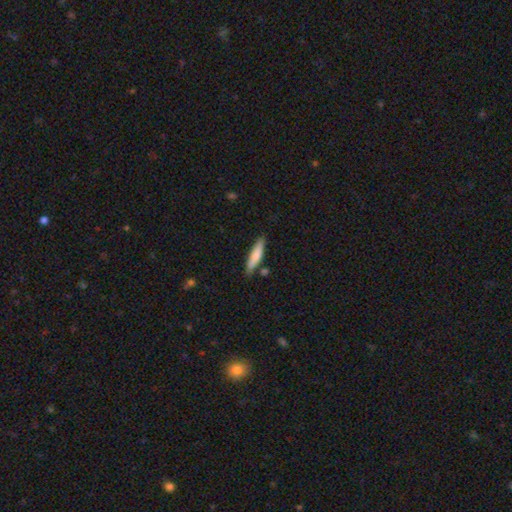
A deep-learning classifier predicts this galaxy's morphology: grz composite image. It shows a smooth galaxy with no disk features (76%) that is cigar-shaped (82%). Merging: none (79%).